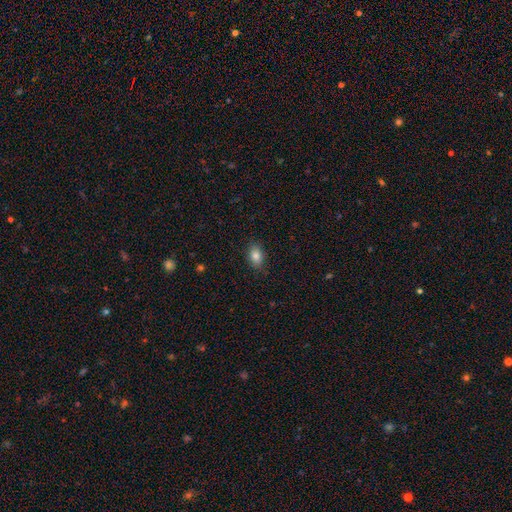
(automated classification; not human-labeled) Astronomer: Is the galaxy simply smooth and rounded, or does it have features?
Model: smooth — 83%.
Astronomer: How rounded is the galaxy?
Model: in between — 84%.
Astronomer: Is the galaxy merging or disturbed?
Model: none — 87%.